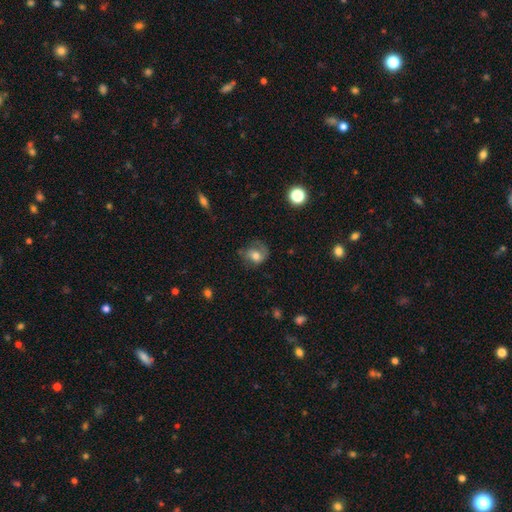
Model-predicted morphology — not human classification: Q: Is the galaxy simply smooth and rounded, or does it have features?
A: smooth — 58%.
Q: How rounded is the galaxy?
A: round — 56%.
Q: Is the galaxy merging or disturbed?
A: none — 50%.